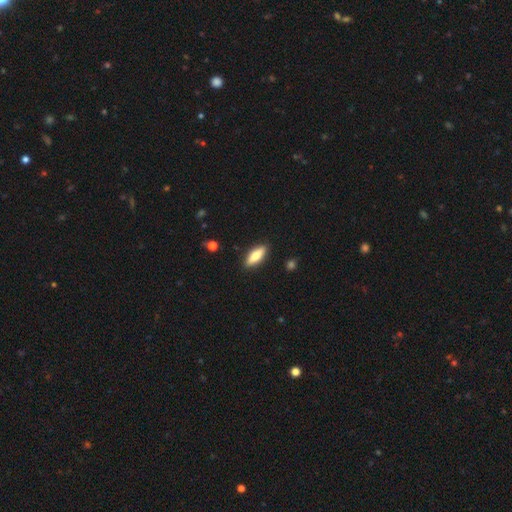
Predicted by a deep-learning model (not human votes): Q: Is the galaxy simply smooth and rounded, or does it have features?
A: smooth — 75%.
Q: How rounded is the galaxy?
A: in between — 64%.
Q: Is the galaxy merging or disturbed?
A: none — 89%.